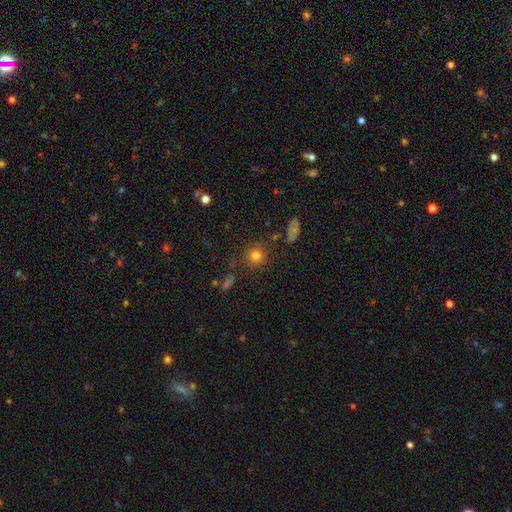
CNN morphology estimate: The model was most divided on "smooth or featured": smooth: 78%, star or artifact: 14%, featured or disk: 9%. More confident: how rounded — round (91%); merging — none (82%).